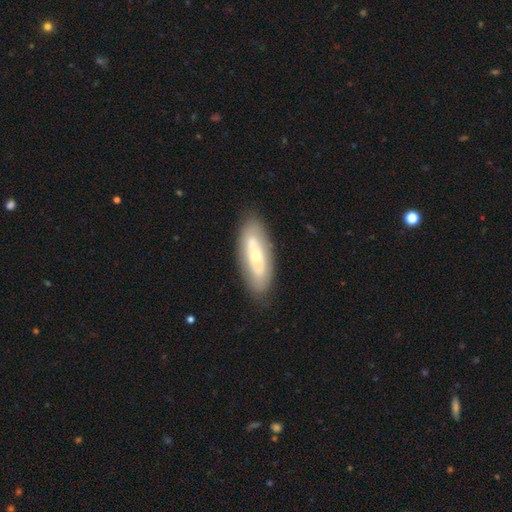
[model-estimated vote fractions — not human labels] This is possibly a featured or disk galaxy (56%). It is clearly not viewed edge-on (83%). Merging: clearly none (82%).